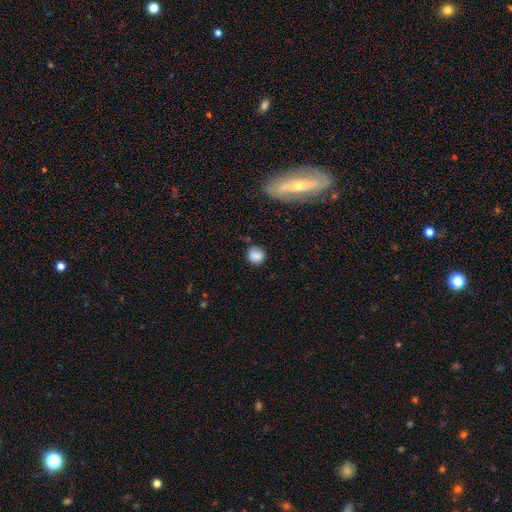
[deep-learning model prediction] smooth 85%, star or artifact 10%, featured or disk 6%. Down the decision tree: how rounded — round (81%); merging — none (76%).